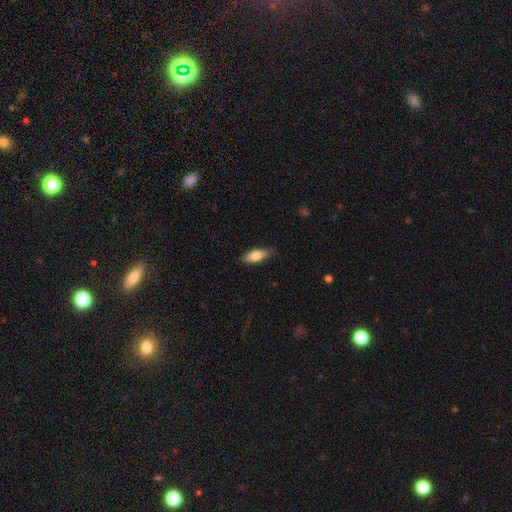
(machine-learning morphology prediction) Smooth or featured? Predicted: smooth (p=0.74). How rounded? Predicted: in between (p=0.67). Merging? Predicted: none (p=0.85).